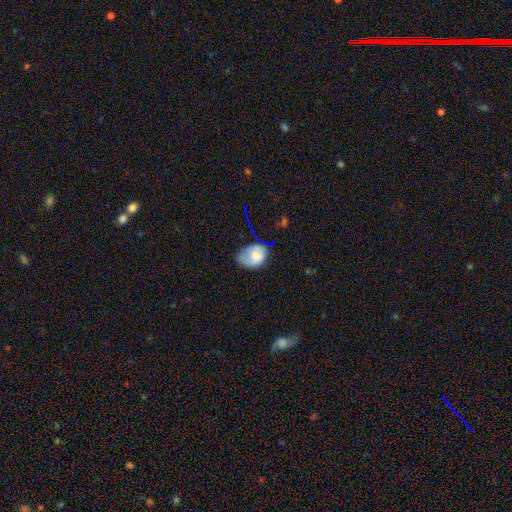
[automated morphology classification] smooth 72%, featured or disk 18%, star or artifact 9%. Down the decision tree: how rounded — in between (75%); merging — none (44%).